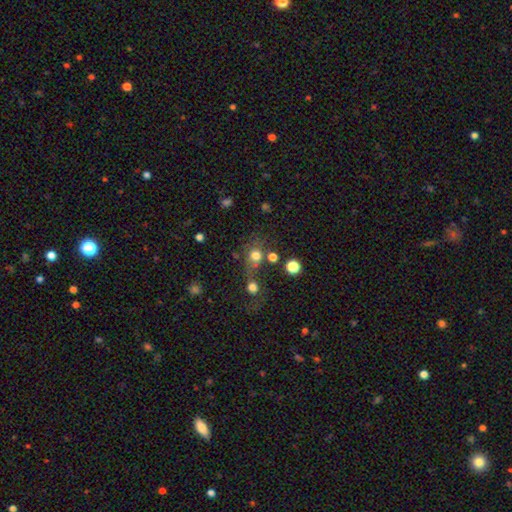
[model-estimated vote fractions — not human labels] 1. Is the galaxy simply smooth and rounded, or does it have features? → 73% smooth, 17% star or artifact, 10% featured or disk.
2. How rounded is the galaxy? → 82% round, 17% in between, 2% cigar-shaped.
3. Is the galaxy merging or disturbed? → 43% none, 34% merger, 11% major disturbance, 11% minor disturbance.